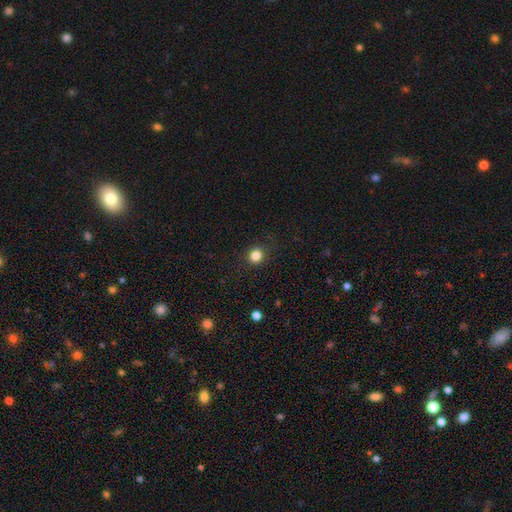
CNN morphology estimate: smooth-or-featured: smooth: 84% | star or artifact: 12% | featured or disk: 4%
  how-rounded: round: 89% | in between: 10% | cigar-shaped: 1%
  merging: none: 89% | minor disturbance: 7% | major disturbance: 3% | merger: 1%